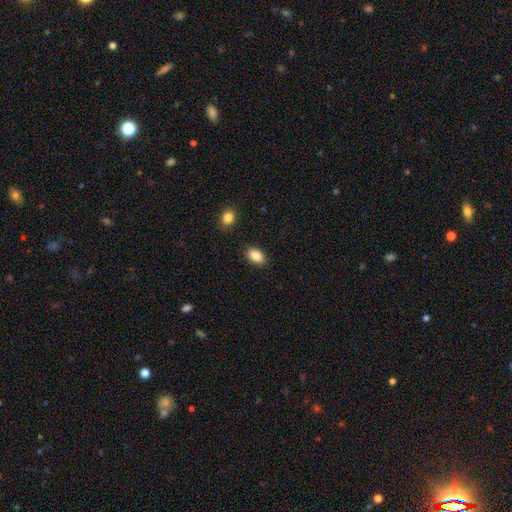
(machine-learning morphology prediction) Overall: smooth (87%). How rounded: in between (90%). Merging: none (88%).